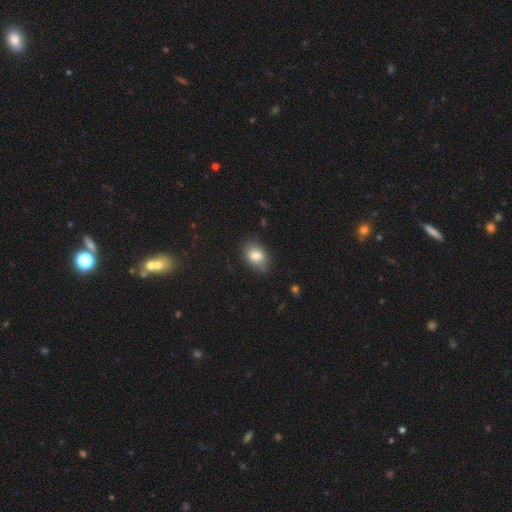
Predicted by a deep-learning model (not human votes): Morphology: type=smooth (82%); roundness=in between (80%); merging=none (73%).